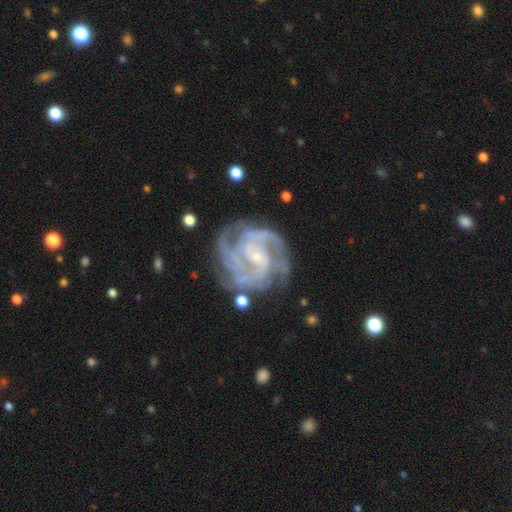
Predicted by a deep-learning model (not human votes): smooth_or_featured: featured or disk (p=0.91) [alt: star or artifact p=0.05]
disk_edge_on: no (p=0.98) [alt: yes p=0.02]
bar: no (p=0.44) [alt: weak p=0.40]
has_spiral_arms: yes (p=0.98) [alt: no p=0.02]
spiral_winding: tight (p=0.55) [alt: medium p=0.39]
spiral_arm_count: 3 (p=0.34) [alt: 2 p=0.25]
bulge_size: small (p=0.80) [alt: moderate p=0.15]
merging: none (p=0.71) [alt: minor disturbance p=0.18]